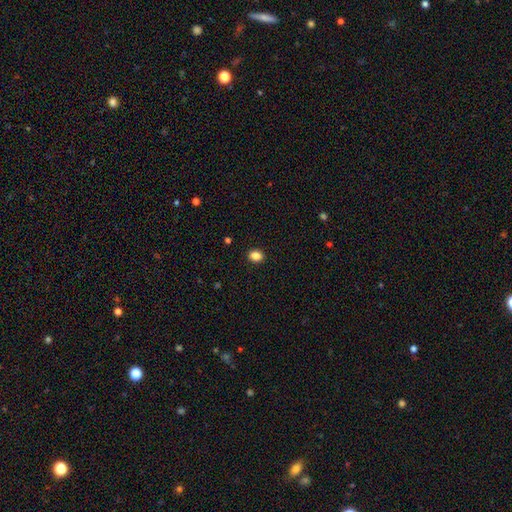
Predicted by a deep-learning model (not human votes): Overall: smooth (86%). How rounded: round (51%; in between 48%). Merging: none (91%).